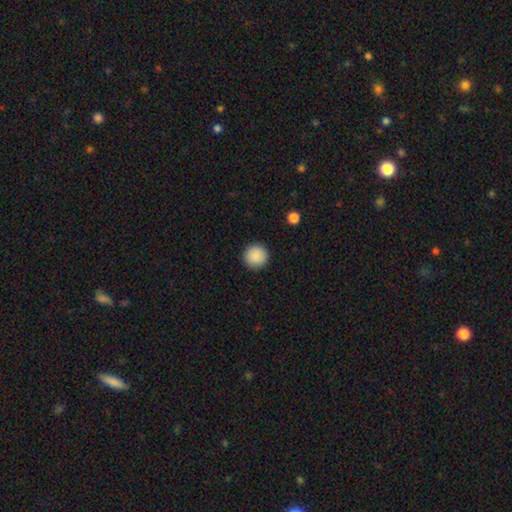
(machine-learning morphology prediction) Q: Smooth or featured?
A: smooth (89%); runner-up: star or artifact (8%)
Q: How rounded?
A: round (96%); runner-up: in between (3%)
Q: Merging?
A: none (93%); runner-up: minor disturbance (4%)